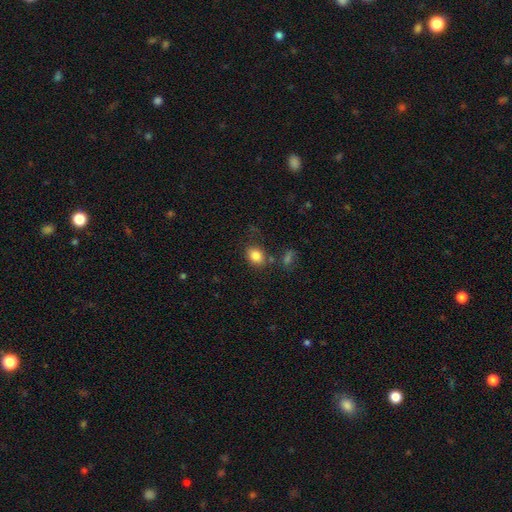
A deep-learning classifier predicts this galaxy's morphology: Smooth or featured?
  - smooth: 84% *
  - star or artifact: 10%
  - featured or disk: 6%
How rounded?
  - in between: 57% *
  - round: 42%
  - cigar-shaped: 1%
Merging?
  - none: 72% *
  - minor disturbance: 15%
  - merger: 8%
  - major disturbance: 5%